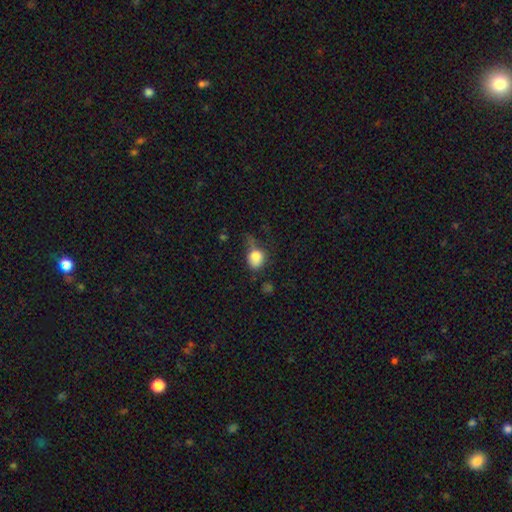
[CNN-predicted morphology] The model was most divided on "merging": none: 37%, minor disturbance: 33%, major disturbance: 25%, merger: 6%. More confident: smooth or featured — smooth (80%); how rounded — round (53%).